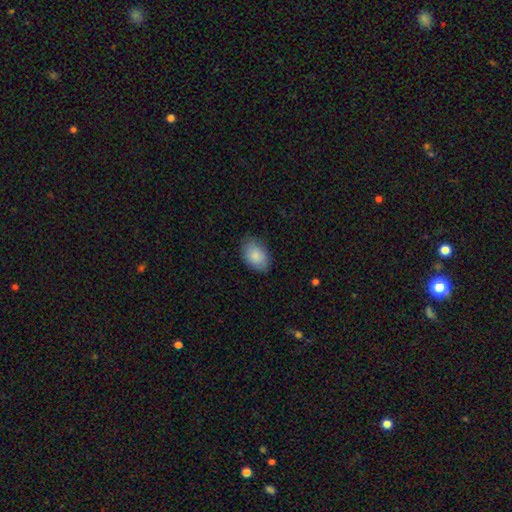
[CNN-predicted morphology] smooth 86%, featured or disk 8%, star or artifact 6%. Down the decision tree: how rounded — in between (88%); merging — none (79%).